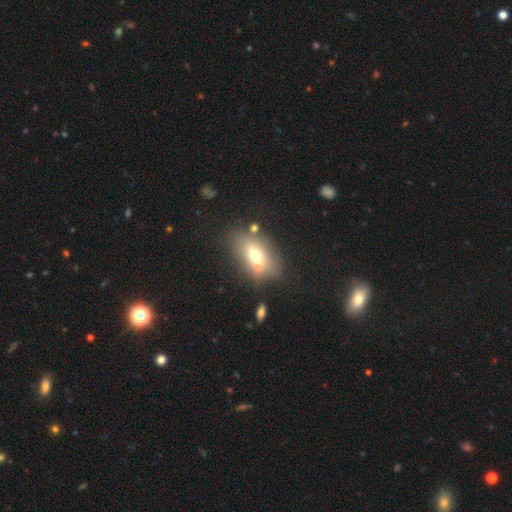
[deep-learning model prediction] Morphology: type=smooth (59%); roundness=in between (79%); merging=none (53%).